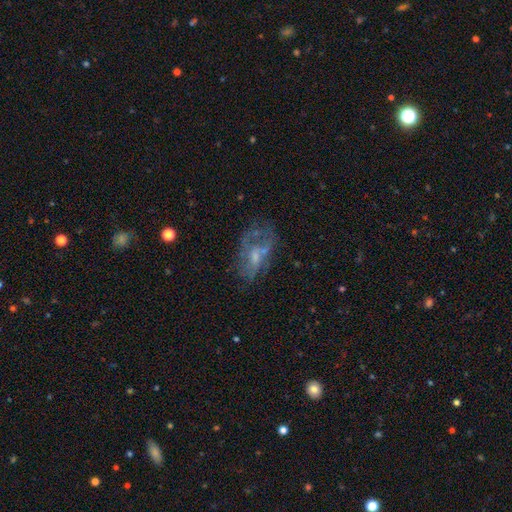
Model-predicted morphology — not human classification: Q: Smooth or featured?
A: featured or disk (58%); runner-up: smooth (30%)
Q: Edge-on disk?
A: no (94%); runner-up: yes (6%)
Q: Bar?
A: no (69%); runner-up: weak (27%)
Q: Spiral arms?
A: no (63%); runner-up: yes (37%)
Q: Bulge size?
A: small (41%); runner-up: moderate (31%)
Q: Merging?
A: none (41%); runner-up: major disturbance (31%)